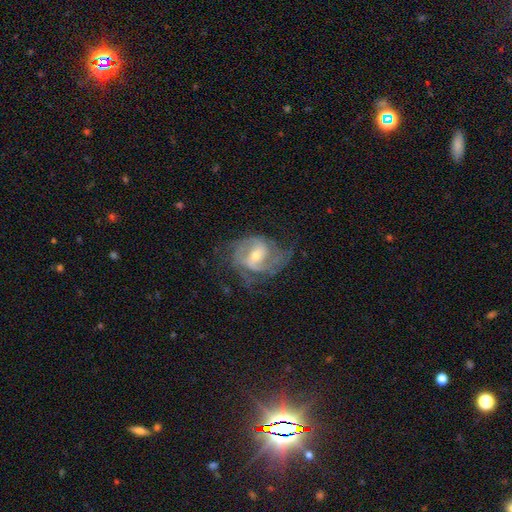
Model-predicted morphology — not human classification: smooth-or-featured: featured or disk: 86% | smooth: 8% | star or artifact: 6%
  disk-edge-on: no: 97% | yes: 3%
    bar: weak: 51% | no: 26% | strong: 24%
    has-spiral-arms: yes: 95% | no: 5%
      spiral-winding: medium: 47% | tight: 34% | loose: 19%
      spiral-arm-count: 2: 50% | can't tell: 19% | 3: 19% | 1: 5% | 4: 4% | more than 4: 3%
    bulge-size: moderate: 49% | small: 46% | large: 2% | none: 1% | dominant: 1%
  merging: none: 60% | minor disturbance: 21% | major disturbance: 18% | merger: 1%